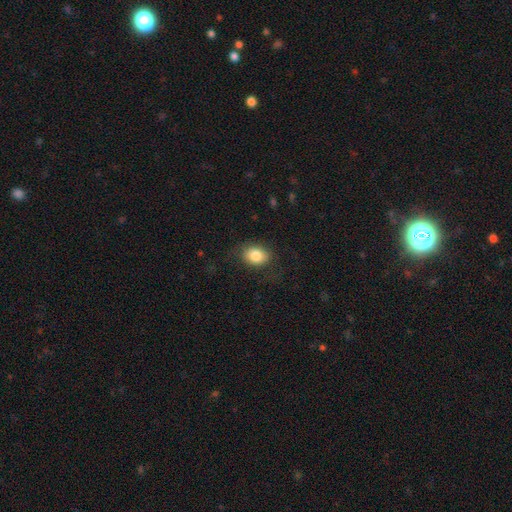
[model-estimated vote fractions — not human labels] smooth-or-featured: smooth: 83% | featured or disk: 9% | star or artifact: 8%
  how-rounded: in between: 65% | round: 34% | cigar-shaped: 1%
  merging: none: 77% | minor disturbance: 15% | major disturbance: 7% | merger: 1%